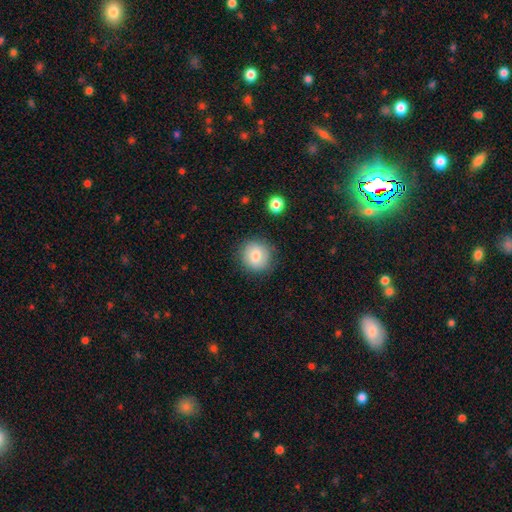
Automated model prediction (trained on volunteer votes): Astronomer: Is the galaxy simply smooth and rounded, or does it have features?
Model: smooth — 78%.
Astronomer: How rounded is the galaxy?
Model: round — 89%.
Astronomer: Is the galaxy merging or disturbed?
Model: none — 84%.